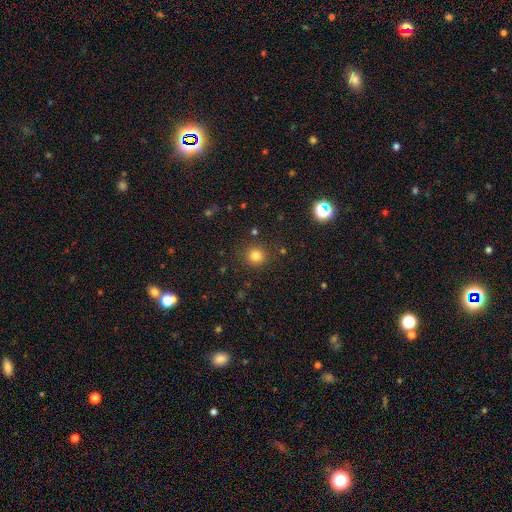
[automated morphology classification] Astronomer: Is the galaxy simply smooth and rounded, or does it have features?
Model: smooth — 80%.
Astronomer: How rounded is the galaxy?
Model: round — 92%.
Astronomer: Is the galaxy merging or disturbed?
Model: none — 88%.